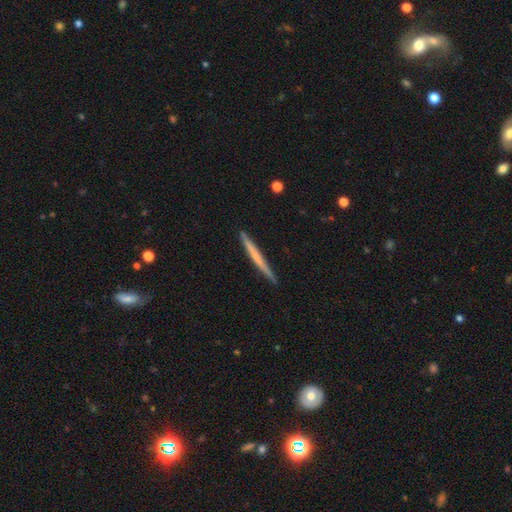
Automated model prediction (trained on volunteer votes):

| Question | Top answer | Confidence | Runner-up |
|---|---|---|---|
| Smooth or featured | smooth | 51% | featured or disk (44%) |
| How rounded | cigar-shaped | 97% | in between (2%) |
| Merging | none | 91% | minor disturbance (7%) |